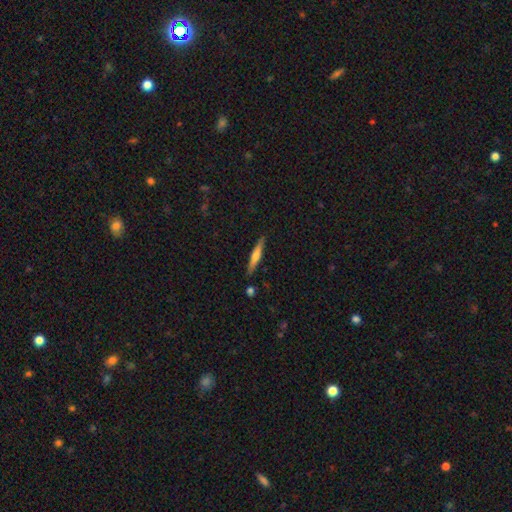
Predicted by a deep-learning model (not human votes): Overall: smooth (47%, tied with featured or disk). Merging: none (87%).